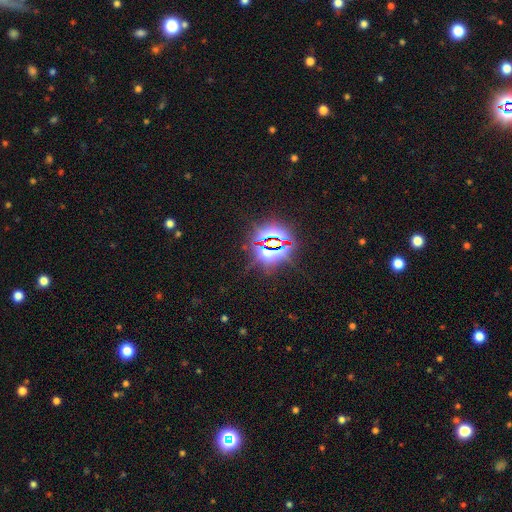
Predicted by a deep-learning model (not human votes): star or artifact 82%, smooth 11%, featured or disk 7%.